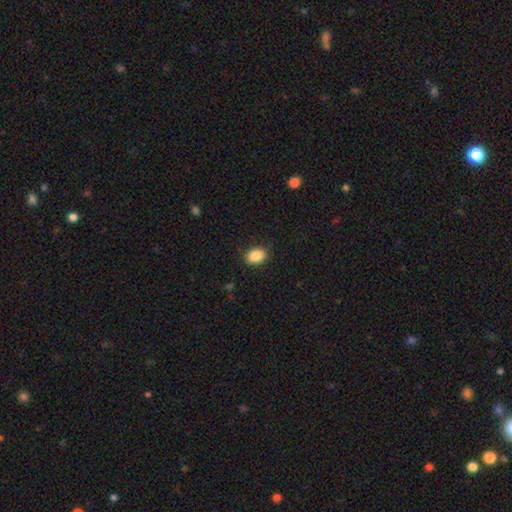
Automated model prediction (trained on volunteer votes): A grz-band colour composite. It shows a smooth galaxy with no disk features (88%) that is in between round and cigar-shaped (77%). Merging: none (88%).